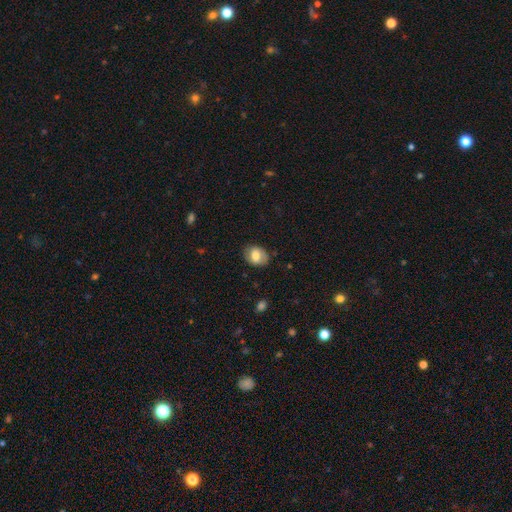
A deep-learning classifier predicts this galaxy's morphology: Overall: smooth (73%). How rounded: in between (67%; round 32%). Merging: none (78%).